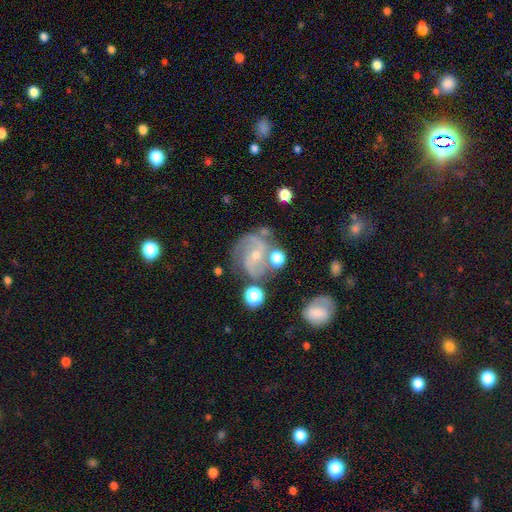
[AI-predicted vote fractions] This is clearly a featured or disk galaxy (81%). It is clearly not viewed edge-on (97%). Bar: marginally no (44%). Spiral arm pattern: clearly yes (95%). Spiral arm count: likely 2 (75%). Spiral winding: possibly medium (52%). Central bulge: likely small (62%). Merging: likely none (61%).